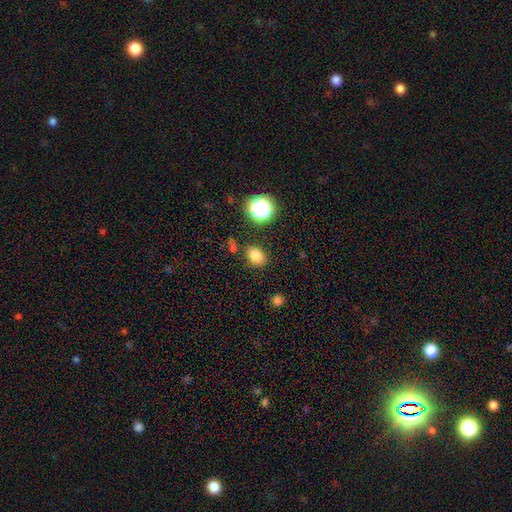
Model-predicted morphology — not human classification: Smooth or featured?
  - smooth: 81% *
  - star or artifact: 13%
  - featured or disk: 6%
How rounded?
  - in between: 62% *
  - round: 37%
  - cigar-shaped: 1%
Merging?
  - none: 81% *
  - minor disturbance: 11%
  - merger: 4%
  - major disturbance: 3%